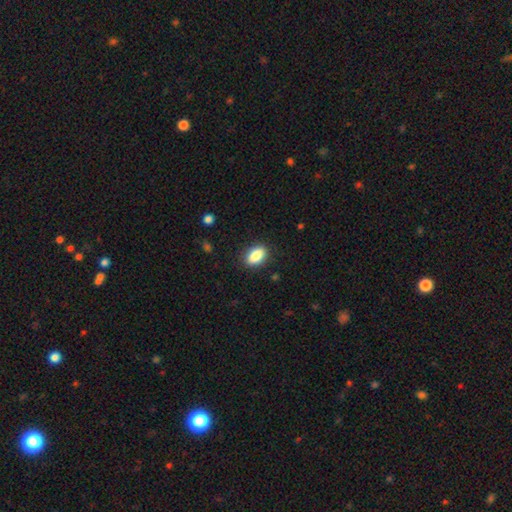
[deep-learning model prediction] Smooth or featured? smooth (86%)
How rounded? in between (87%)
Merging? none (87%)